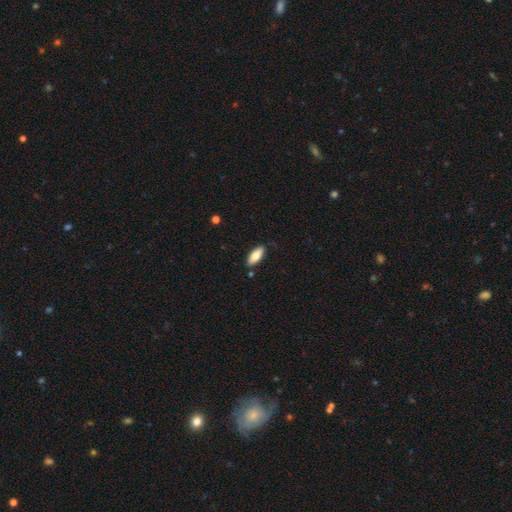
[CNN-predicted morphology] The model was most divided on "how rounded": in between: 77%, cigar-shaped: 21%, round: 2%. More confident: merging — none (86%); smooth or featured — smooth (78%).